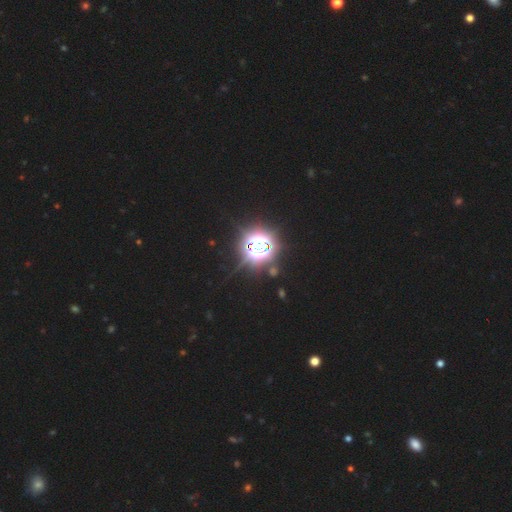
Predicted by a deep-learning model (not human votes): This appears to be a star or artifact, not a galaxy (85%).